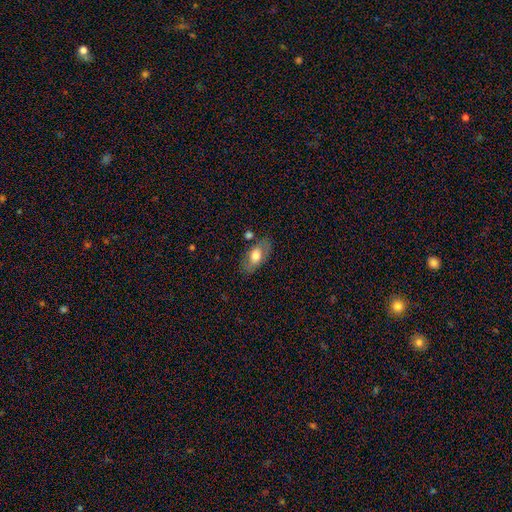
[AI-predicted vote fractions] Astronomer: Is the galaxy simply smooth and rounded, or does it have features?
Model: smooth — 66%.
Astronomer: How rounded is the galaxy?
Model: in between — 90%.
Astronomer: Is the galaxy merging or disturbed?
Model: none — 74%.